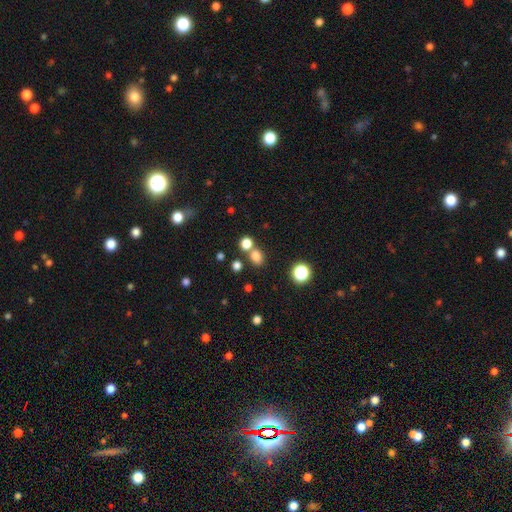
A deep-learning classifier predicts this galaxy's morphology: A smooth galaxy with no disk features (77%) that is round (63%).

Vote fractions:
- Smooth or featured? smooth: 77% / star or artifact: 17% / featured or disk: 6%
- How rounded? round: 63% / in between: 36% / cigar-shaped: 1%
- Merging? none: 63% / merger: 24% / minor disturbance: 9% / major disturbance: 4%